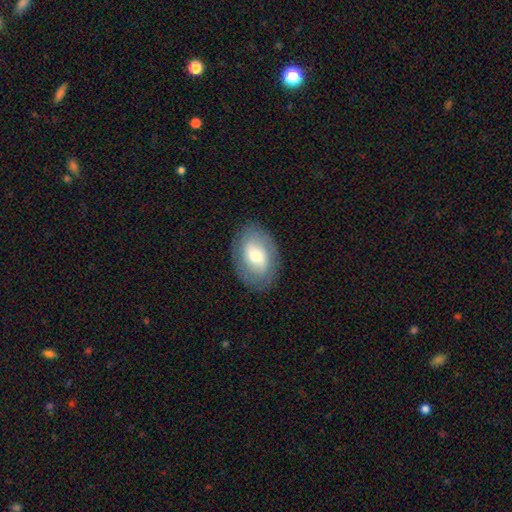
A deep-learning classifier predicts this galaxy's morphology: Overall: smooth (52%; featured or disk 41%). How rounded: in between (84%). Merging: none (84%).